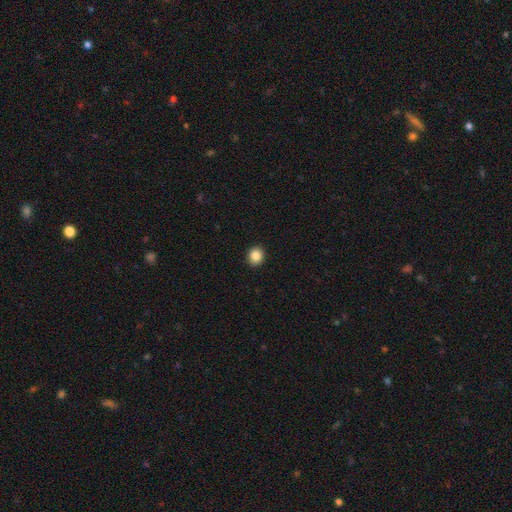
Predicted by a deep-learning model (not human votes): smooth-or-featured: smooth: 85% | star or artifact: 10% | featured or disk: 5%
  how-rounded: round: 79% | in between: 20% | cigar-shaped: 1%
  merging: none: 93% | minor disturbance: 5% | major disturbance: 1% | merger: 1%